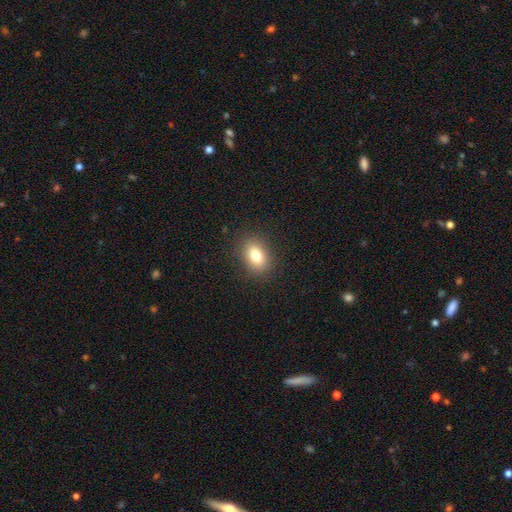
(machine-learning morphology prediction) This is likely a smooth galaxy (79%). How rounded: likely in between (74%). Merging: clearly none (87%).